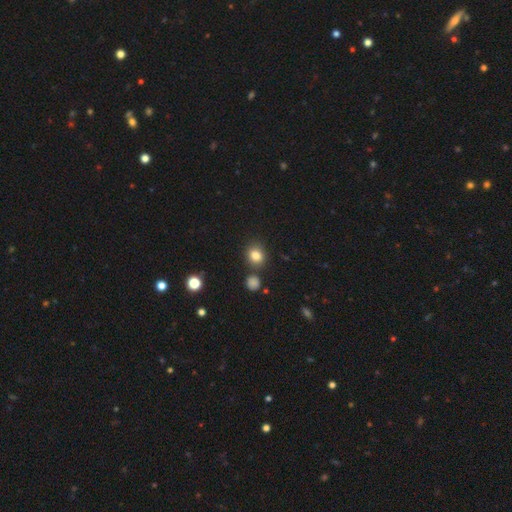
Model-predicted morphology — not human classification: Smooth or featured? Predicted: smooth (p=0.83). How rounded? Predicted: round (p=0.67). Merging? Predicted: none (p=0.79).